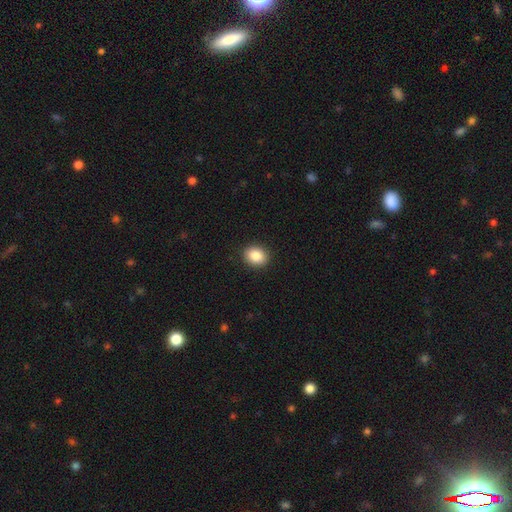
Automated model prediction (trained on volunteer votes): smooth 87%, star or artifact 8%, featured or disk 5%. Down the decision tree: how rounded — round (55%); merging — none (91%).